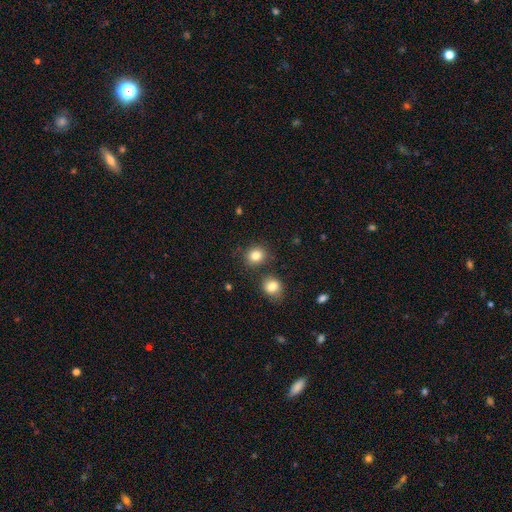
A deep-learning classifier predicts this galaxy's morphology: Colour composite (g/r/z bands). It shows a smooth galaxy with no disk features (83%) that is round (79%). Merging: none (79%).